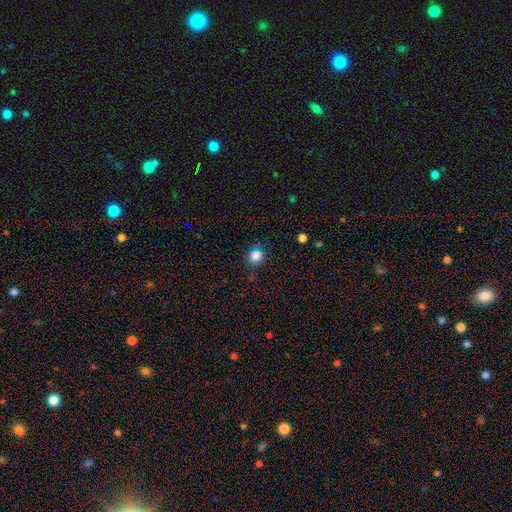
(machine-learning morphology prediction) smooth_or_featured: smooth (p=0.82) [alt: star or artifact p=0.14]
how_rounded: round (p=0.77) [alt: in between p=0.22]
merging: none (p=0.77) [alt: minor disturbance p=0.15]